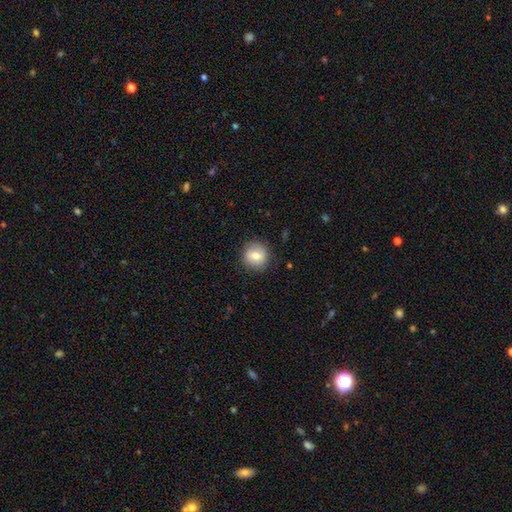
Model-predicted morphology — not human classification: smooth 74%, featured or disk 17%, star or artifact 8%. Down the decision tree: how rounded — round (91%); merging — none (85%).